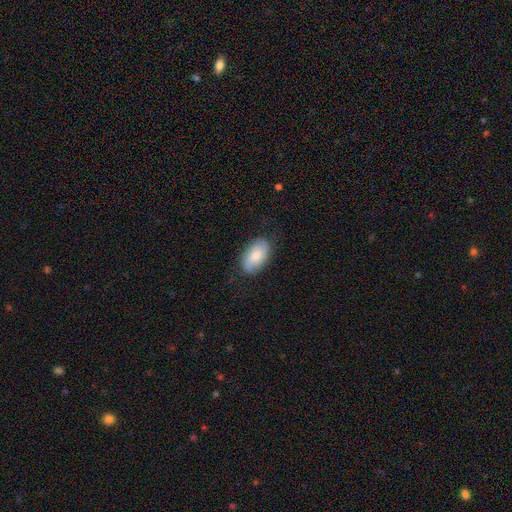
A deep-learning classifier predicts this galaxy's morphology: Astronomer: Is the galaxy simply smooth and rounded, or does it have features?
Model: smooth — 69%.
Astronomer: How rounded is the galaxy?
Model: in between — 93%.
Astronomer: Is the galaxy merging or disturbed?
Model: none — 81%.